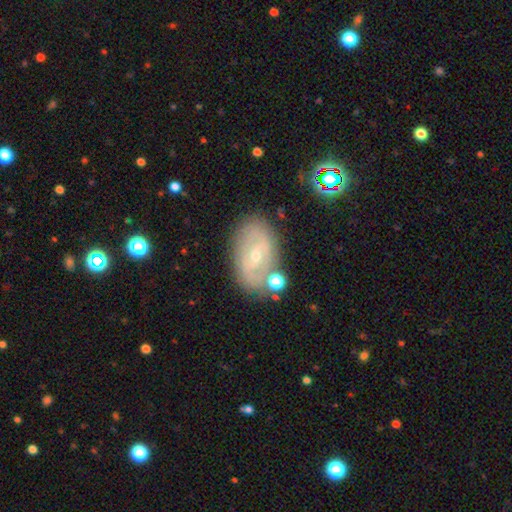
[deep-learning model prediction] Smooth or featured?
  - featured or disk: 70% *
  - smooth: 21%
  - star or artifact: 9%
Edge-on disk?
  - no: 94% *
  - yes: 6%
Bar?
  - weak: 47% *
  - no: 28%
  - strong: 25%
Spiral arms?
  - yes: 66% *
  - no: 34%
Bulge size?
  - small: 67% *
  - moderate: 29%
  - none: 1%
  - large: 1%
  - dominant: 1%
Merging?
  - none: 74% *
  - minor disturbance: 16%
  - major disturbance: 5%
  - merger: 5%